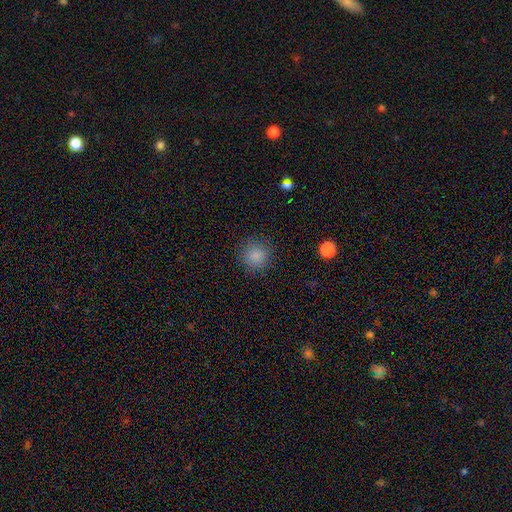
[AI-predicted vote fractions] Smooth or featured?
  - smooth: 85% *
  - star or artifact: 11%
  - featured or disk: 4%
How rounded?
  - round: 92% *
  - in between: 7%
  - cigar-shaped: 1%
Merging?
  - none: 88% *
  - minor disturbance: 8%
  - major disturbance: 3%
  - merger: 1%